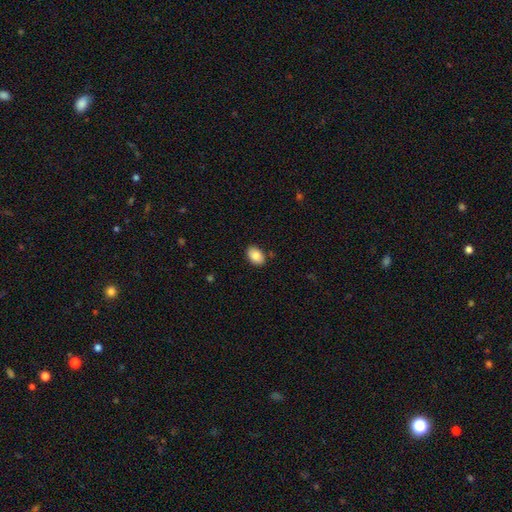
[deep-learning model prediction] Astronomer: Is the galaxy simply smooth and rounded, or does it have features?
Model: smooth — 87%.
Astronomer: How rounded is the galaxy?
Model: in between — 87%.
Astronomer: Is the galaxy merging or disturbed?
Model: none — 86%.